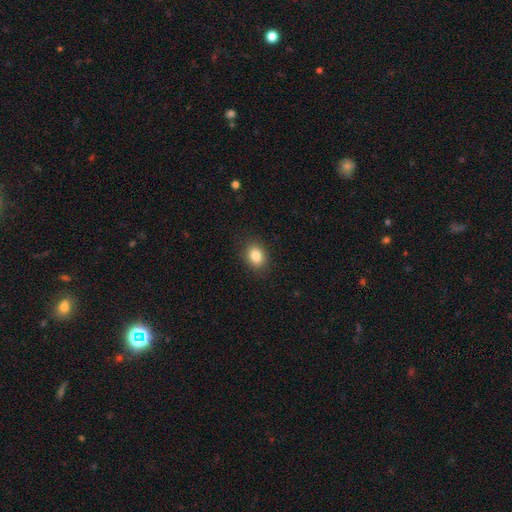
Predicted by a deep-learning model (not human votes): The model was most divided on "how rounded": in between: 57%, round: 42%, cigar-shaped: 1%. More confident: merging — none (88%); smooth or featured — smooth (83%).